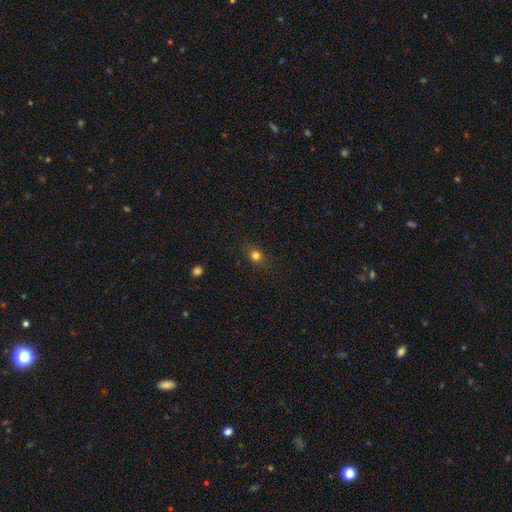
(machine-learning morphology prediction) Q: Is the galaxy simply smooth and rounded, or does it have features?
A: smooth — 75%.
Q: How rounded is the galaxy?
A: round — 62%.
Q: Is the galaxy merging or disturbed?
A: none — 82%.